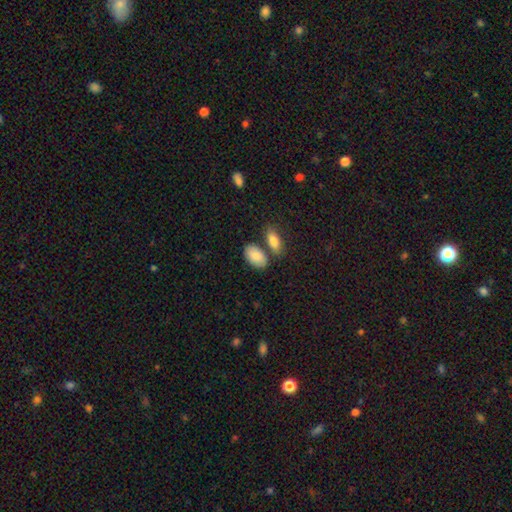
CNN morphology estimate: This is clearly a smooth galaxy (85%). How rounded: clearly in between (93%). Merging: likely none (63%).